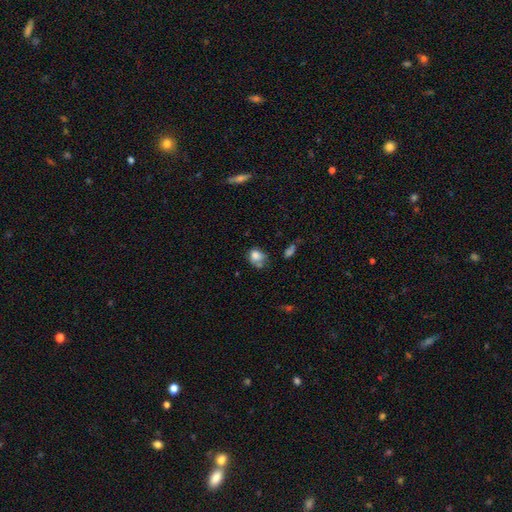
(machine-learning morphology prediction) smooth-or-featured: smooth: 75% | featured or disk: 14% | star or artifact: 11%
  how-rounded: in between: 52% | round: 46% | cigar-shaped: 1%
  merging: none: 36% | minor disturbance: 32% | major disturbance: 19% | merger: 13%